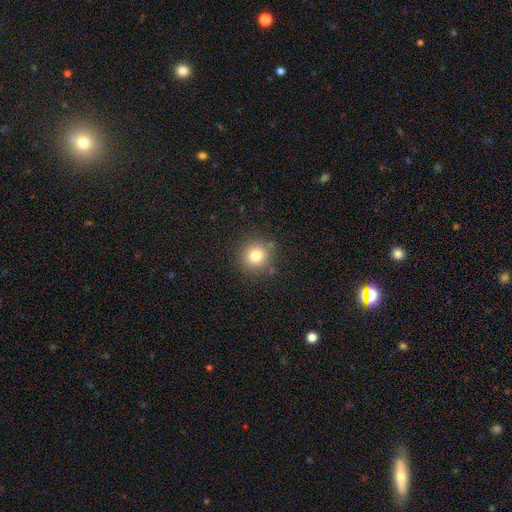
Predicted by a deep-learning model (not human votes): Smooth or featured?
  - smooth: 79% *
  - star or artifact: 13%
  - featured or disk: 8%
How rounded?
  - round: 92% *
  - in between: 7%
  - cigar-shaped: 1%
Merging?
  - none: 85% *
  - minor disturbance: 9%
  - major disturbance: 3%
  - merger: 3%